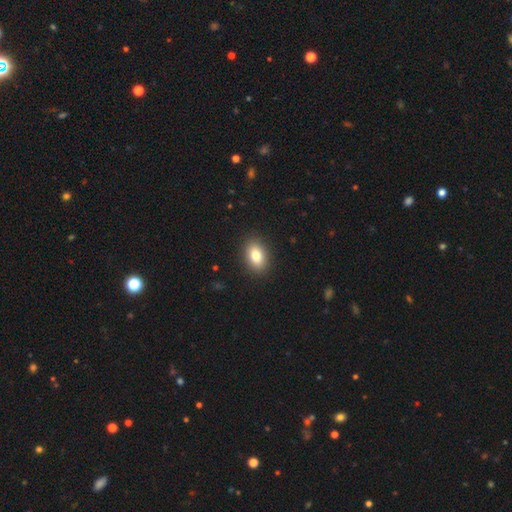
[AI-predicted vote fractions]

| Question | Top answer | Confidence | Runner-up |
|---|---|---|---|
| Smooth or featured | smooth | 81% | featured or disk (10%) |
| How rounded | in between | 86% | round (13%) |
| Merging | none | 90% | minor disturbance (7%) |